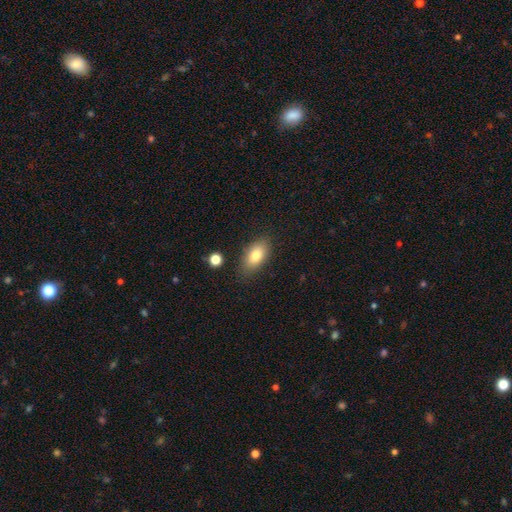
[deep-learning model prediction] The model was most divided on "smooth or featured": smooth: 78%, featured or disk: 14%, star or artifact: 8%. More confident: how rounded — in between (89%); merging — none (82%).